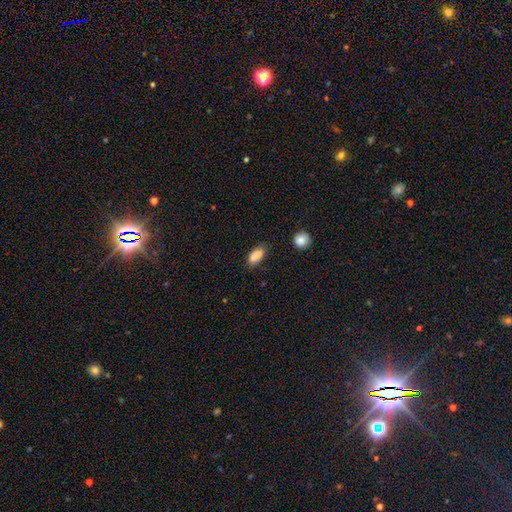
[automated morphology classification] A smooth galaxy with no disk features (86%) that is in between round and cigar-shaped (86%). Merging: none (76%).